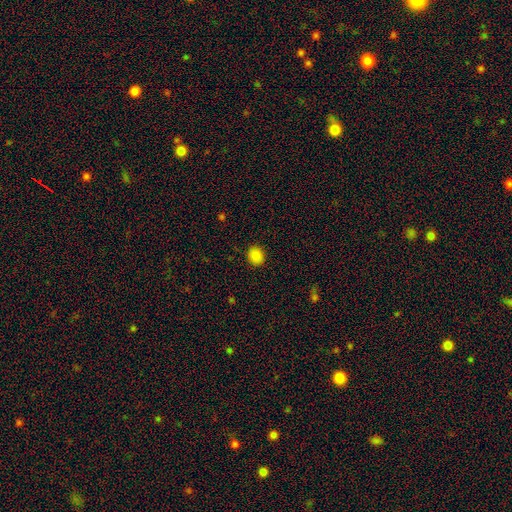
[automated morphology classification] This is clearly a smooth galaxy (86%). How rounded: likely round (65%). Merging: clearly none (90%).